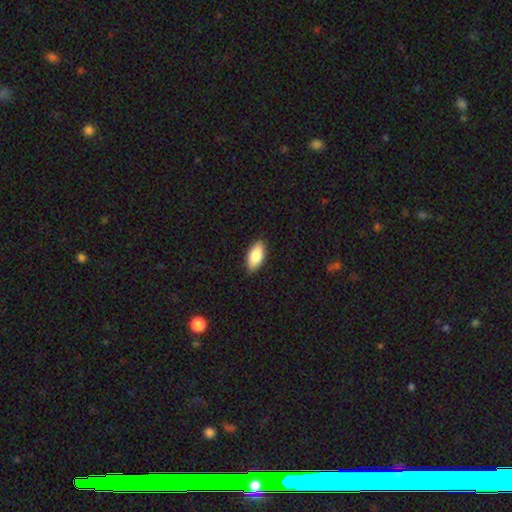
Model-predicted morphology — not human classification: smooth 84%, featured or disk 10%, star or artifact 6%. Down the decision tree: how rounded — in between (90%); merging — none (90%).